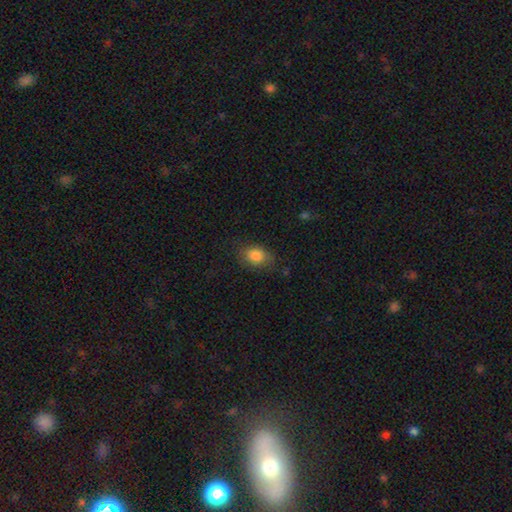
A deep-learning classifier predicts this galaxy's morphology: smooth_or_featured: smooth (p=0.84) [alt: star or artifact p=0.09]
how_rounded: in between (p=0.69) [alt: round p=0.30]
merging: none (p=0.72) [alt: minor disturbance p=0.20]